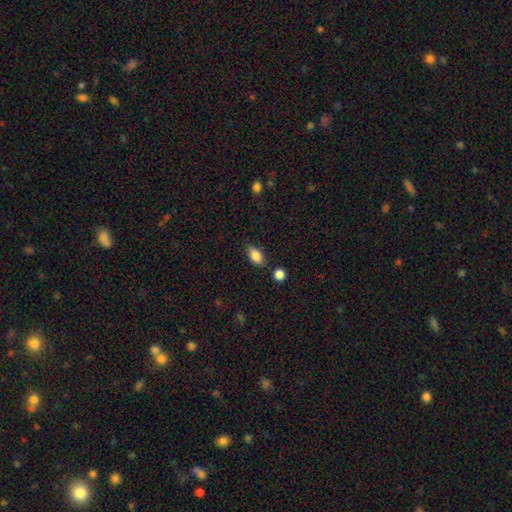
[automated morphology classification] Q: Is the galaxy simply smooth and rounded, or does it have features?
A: smooth — 86%.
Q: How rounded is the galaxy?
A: in between — 87%.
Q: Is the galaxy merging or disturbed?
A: none — 77%.